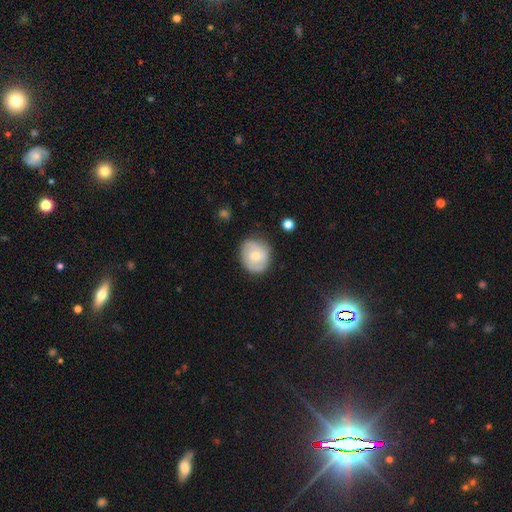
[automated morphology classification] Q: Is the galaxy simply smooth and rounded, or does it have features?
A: smooth — 54%.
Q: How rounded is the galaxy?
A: round — 71%.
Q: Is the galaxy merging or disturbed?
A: none — 75%.